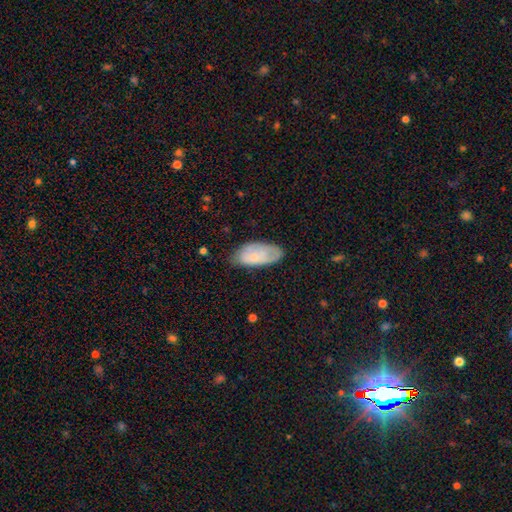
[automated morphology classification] Q: Smooth or featured?
A: smooth (62%); runner-up: featured or disk (31%)
Q: How rounded?
A: in between (92%); runner-up: cigar-shaped (5%)
Q: Merging?
A: none (62%); runner-up: minor disturbance (29%)